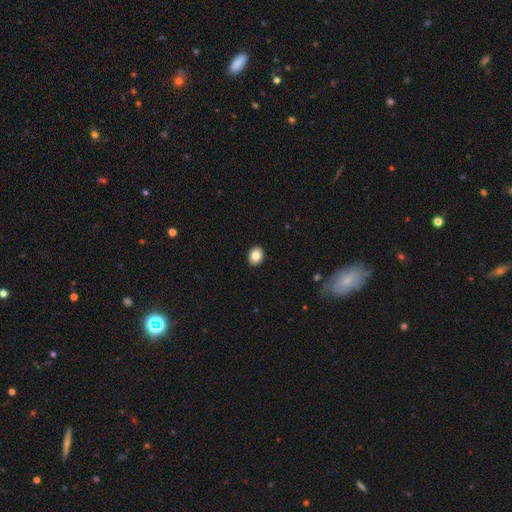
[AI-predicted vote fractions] Smooth or featured?
  - smooth: 85% *
  - star or artifact: 8%
  - featured or disk: 7%
How rounded?
  - in between: 59% *
  - round: 40%
  - cigar-shaped: 1%
Merging?
  - none: 92% *
  - minor disturbance: 6%
  - major disturbance: 2%
  - merger: 1%